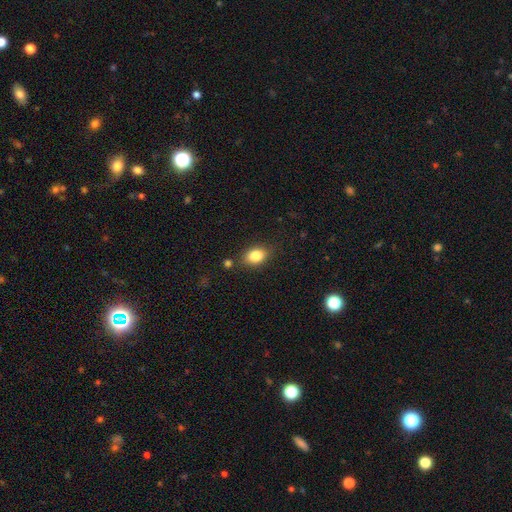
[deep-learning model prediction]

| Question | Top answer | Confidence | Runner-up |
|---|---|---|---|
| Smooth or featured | smooth | 84% | star or artifact (9%) |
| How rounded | in between | 78% | round (20%) |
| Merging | none | 80% | minor disturbance (13%) |